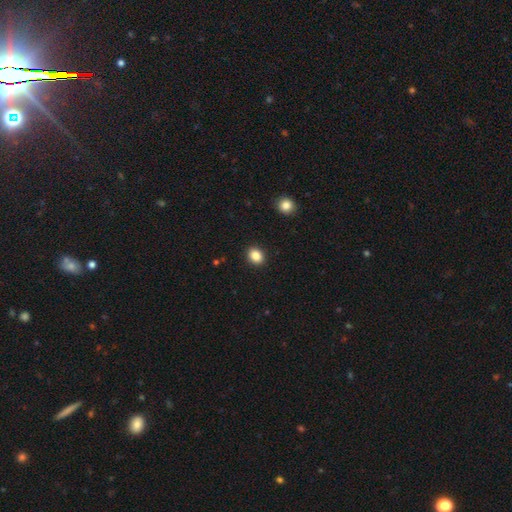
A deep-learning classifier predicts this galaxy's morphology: Smooth or featured?
  - smooth: 87% *
  - star or artifact: 10%
  - featured or disk: 4%
How rounded?
  - in between: 50% *
  - round: 49%
  - cigar-shaped: 1%
Merging?
  - none: 91% *
  - minor disturbance: 6%
  - major disturbance: 2%
  - merger: 1%